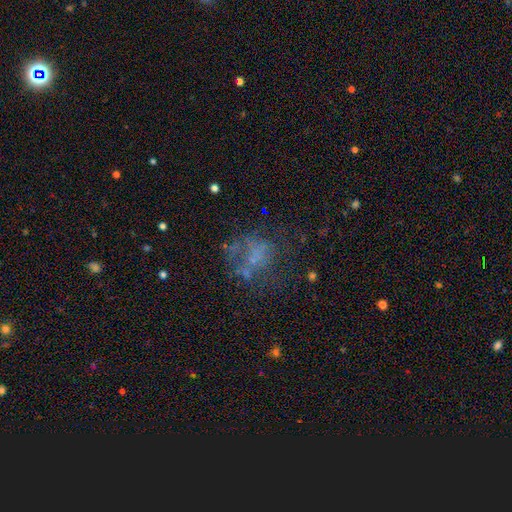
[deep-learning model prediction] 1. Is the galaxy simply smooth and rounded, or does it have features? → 41% featured or disk, 36% smooth, 23% star or artifact.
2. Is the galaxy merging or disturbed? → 45% none, 29% major disturbance, 18% minor disturbance, 8% merger.